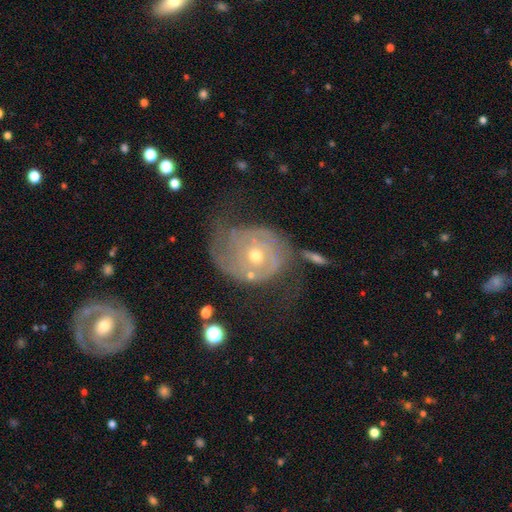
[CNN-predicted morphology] Smooth or featured?
  - featured or disk: 81% *
  - smooth: 13%
  - star or artifact: 6%
Edge-on disk?
  - no: 97% *
  - yes: 3%
Bar?
  - no: 78% *
  - weak: 18%
  - strong: 4%
Spiral arms?
  - yes: 88% *
  - no: 12%
Spiral winding?
  - tight: 55% *
  - medium: 29%
  - loose: 16%
Spiral arm count?
  - 2: 50% *
  - can't tell: 26%
  - 3: 9%
  - 1: 8%
  - 4: 4%
  - more than 4: 3%
Bulge size?
  - moderate: 50% *
  - small: 46%
  - large: 2%
  - none: 1%
  - dominant: 1%
Merging?
  - none: 42% *
  - major disturbance: 29%
  - minor disturbance: 23%
  - merger: 6%